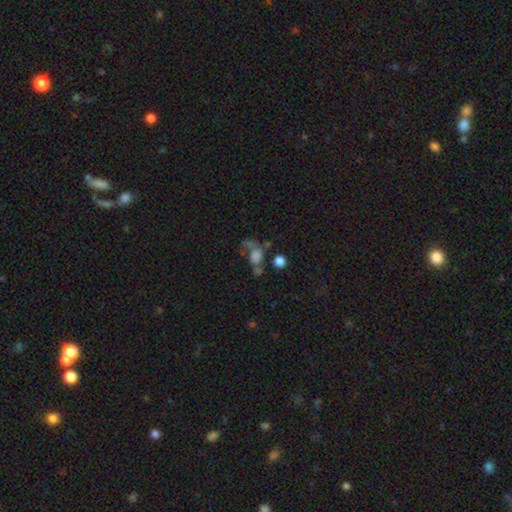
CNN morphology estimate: smooth_or_featured: smooth (p=0.53) [alt: featured or disk p=0.28]
how_rounded: round (p=0.54) [alt: in between p=0.44]
merging: major disturbance (p=0.34) [alt: none p=0.28]